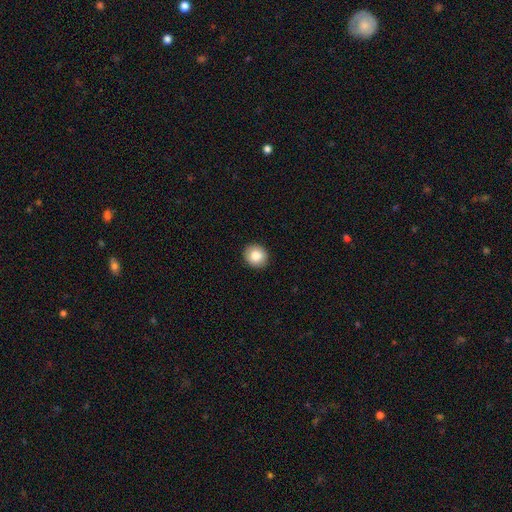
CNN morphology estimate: type=smooth (84%); roundness=round (83%); merging=none (91%).